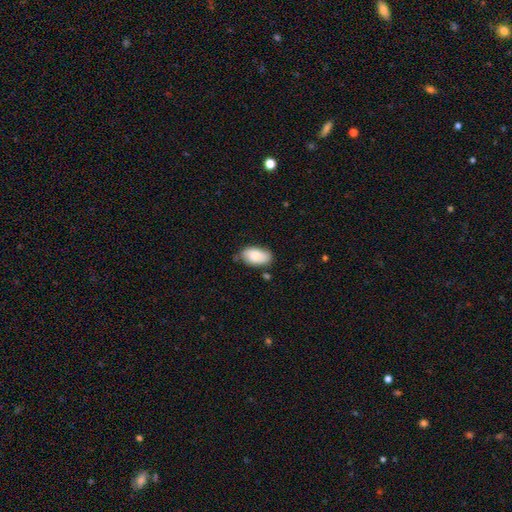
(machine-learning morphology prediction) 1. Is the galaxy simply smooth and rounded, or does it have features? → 81% smooth, 13% featured or disk, 6% star or artifact.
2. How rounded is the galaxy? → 94% in between, 4% round, 2% cigar-shaped.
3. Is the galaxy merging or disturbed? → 69% none, 23% minor disturbance, 4% major disturbance, 4% merger.